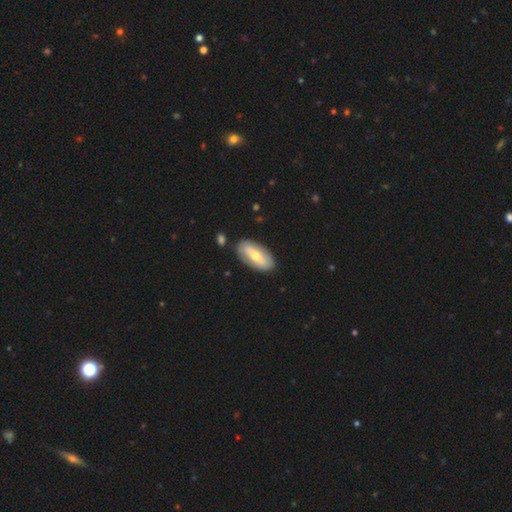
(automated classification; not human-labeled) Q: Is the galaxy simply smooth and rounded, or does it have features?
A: smooth — 52%.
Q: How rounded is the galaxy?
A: in between — 86%.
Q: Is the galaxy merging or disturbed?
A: none — 83%.